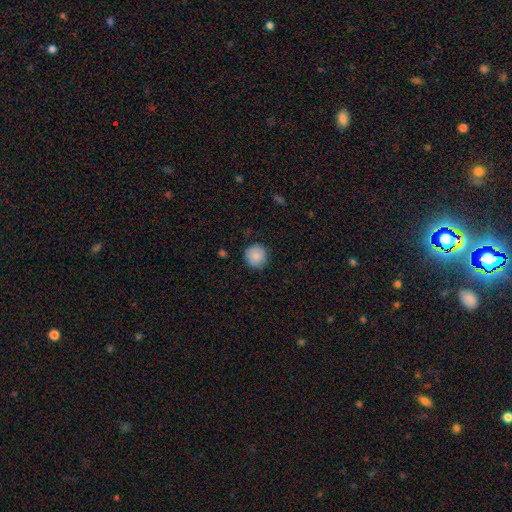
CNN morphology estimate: A smooth galaxy with no disk features (87%) that is round (93%). Merging: none (86%).